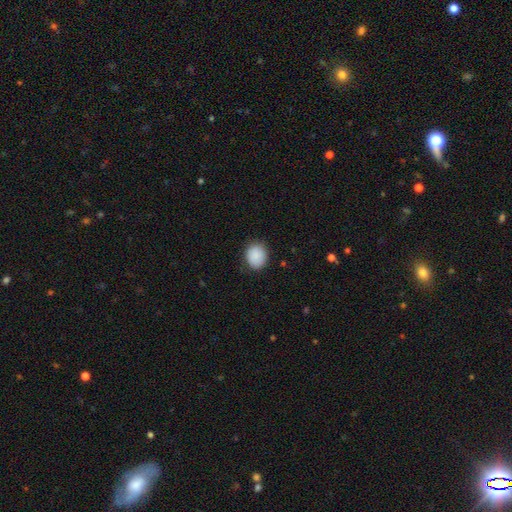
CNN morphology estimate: Smooth or featured?
  - smooth: 89% *
  - star or artifact: 7%
  - featured or disk: 4%
How rounded?
  - round: 62% *
  - in between: 37%
  - cigar-shaped: 1%
Merging?
  - none: 85% *
  - minor disturbance: 12%
  - major disturbance: 3%
  - merger: 1%